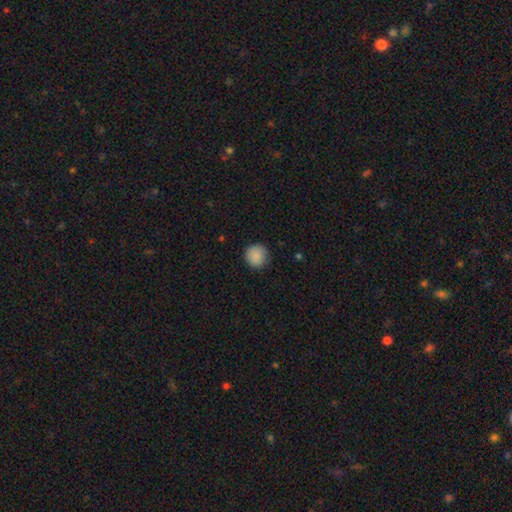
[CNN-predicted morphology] Smooth or featured: smooth — 89% (star or artifact — 8%)
How rounded: round — 94% (in between — 5%)
Merging: none — 87% (minor disturbance — 9%)